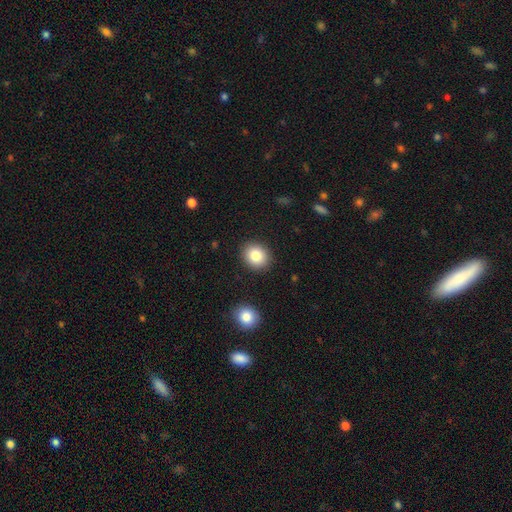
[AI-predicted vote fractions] Smooth or featured? Predicted: smooth (p=0.83). How rounded? Predicted: round (p=0.68). Merging? Predicted: none (p=0.89).